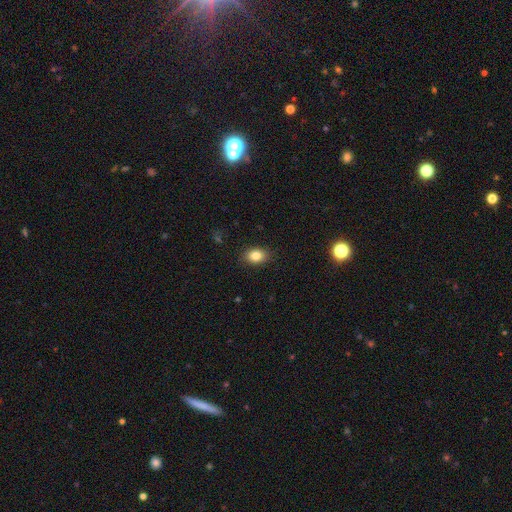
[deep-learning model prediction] Morphology: type=smooth (84%); roundness=in between (74%); merging=none (87%).